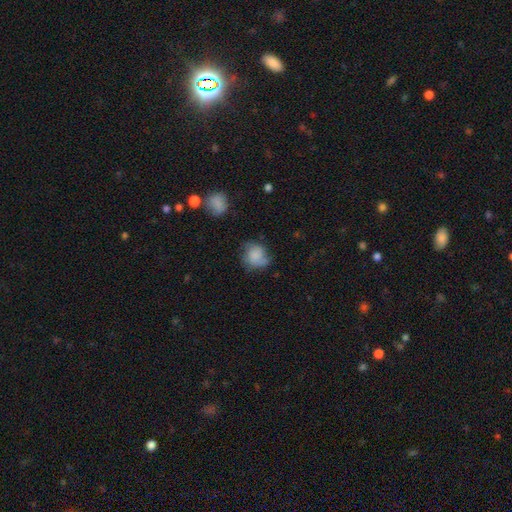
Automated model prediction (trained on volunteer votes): Overall: smooth (73%). How rounded: round (72%). Merging: none (57%; minor disturbance 29%).